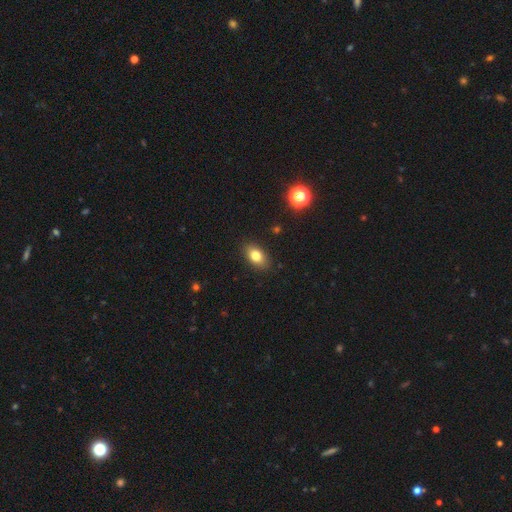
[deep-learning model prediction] Smooth or featured? smooth (80%)
How rounded? in between (87%)
Merging? none (86%)